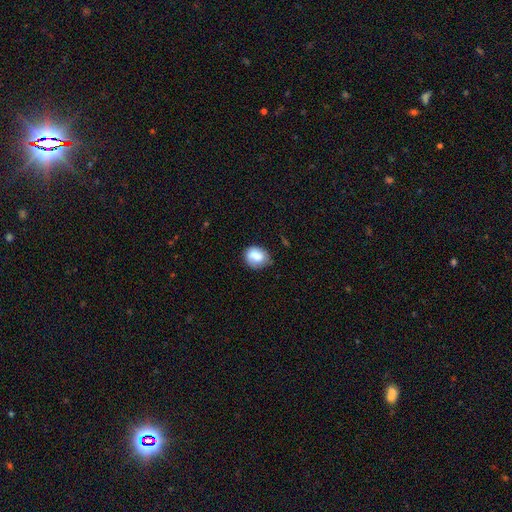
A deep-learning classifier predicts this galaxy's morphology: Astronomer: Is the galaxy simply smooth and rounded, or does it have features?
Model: smooth — 81%.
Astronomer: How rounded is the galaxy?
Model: round — 50% (runner-up: in between, 49%).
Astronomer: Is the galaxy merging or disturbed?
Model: none — 61%.